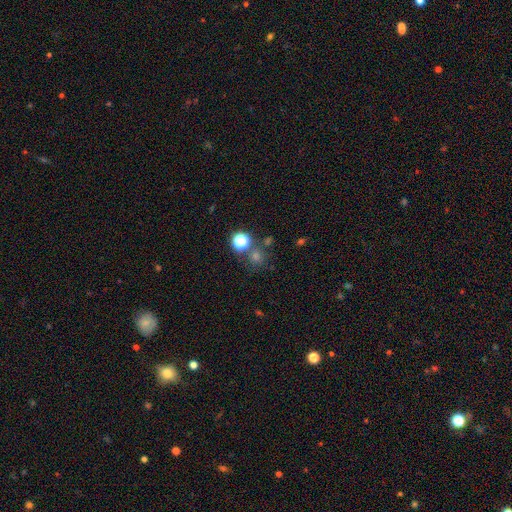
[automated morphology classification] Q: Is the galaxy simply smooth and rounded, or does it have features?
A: smooth — 53%.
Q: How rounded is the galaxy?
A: round — 89%.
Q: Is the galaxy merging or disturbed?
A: none — 72%.